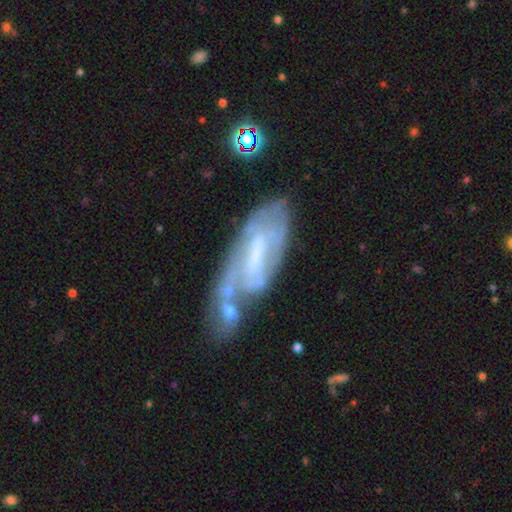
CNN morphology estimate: smooth_or_featured: featured or disk (p=0.72) [alt: smooth p=0.20]
disk_edge_on: no (p=0.86) [alt: yes p=0.14]
bar: weak (p=0.43) [alt: strong p=0.30]
has_spiral_arms: yes (p=0.66) [alt: no p=0.34]
bulge_size: small (p=0.47) [alt: moderate p=0.27]
merging: none (p=0.43) [alt: minor disturbance p=0.23]